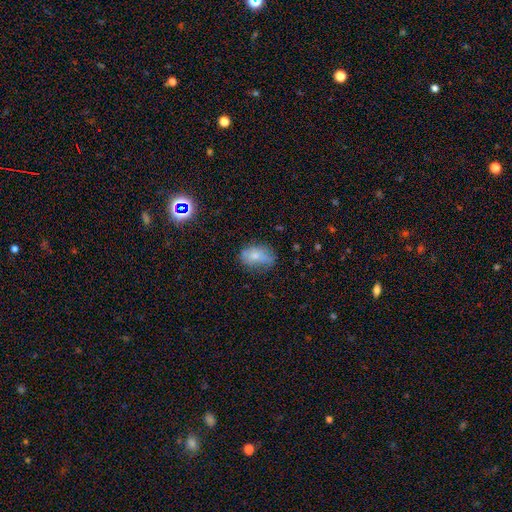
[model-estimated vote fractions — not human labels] This appears to be a smooth galaxy with no disk features (72%) that is in between round and cigar-shaped (83%). Merging: none (56%).